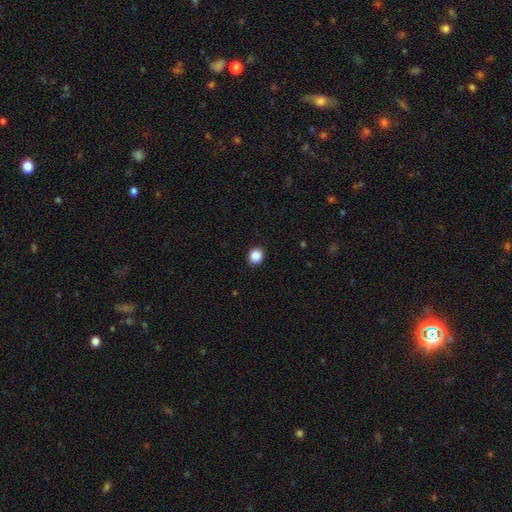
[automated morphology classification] smooth_or_featured: smooth (p=0.87) [alt: star or artifact p=0.10]
how_rounded: round (p=0.88) [alt: in between p=0.12]
merging: none (p=0.92) [alt: minor disturbance p=0.05]